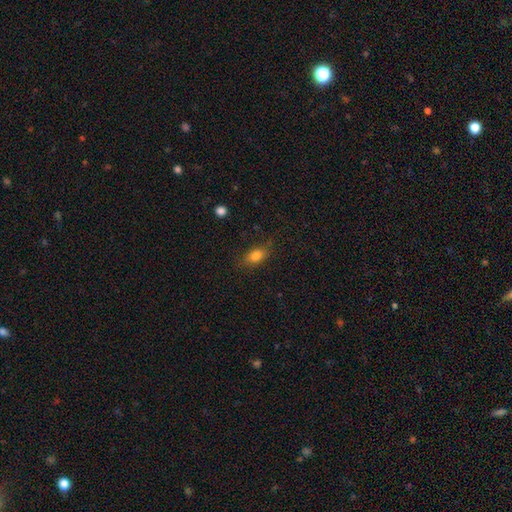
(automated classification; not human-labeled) Morphology: type=smooth (81%); roundness=in between (80%); merging=none (77%).